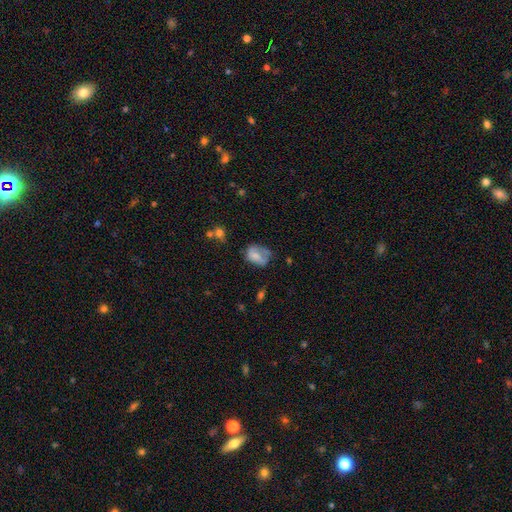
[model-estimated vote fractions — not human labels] smooth_or_featured: smooth (p=0.63) [alt: featured or disk p=0.27]
how_rounded: in between (p=0.71) [alt: round p=0.27]
merging: none (p=0.37) [alt: minor disturbance p=0.33]